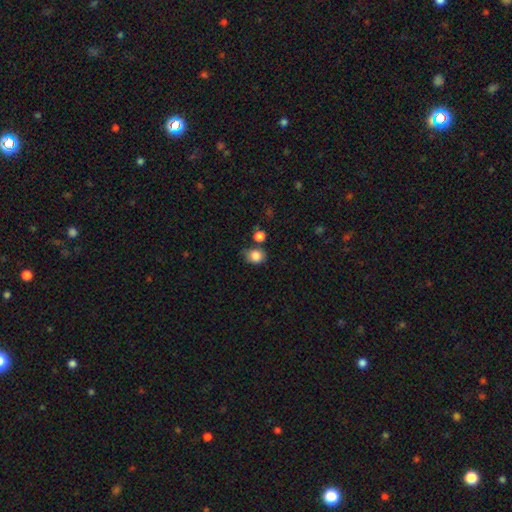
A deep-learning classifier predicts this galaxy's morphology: Smooth or featured? Predicted: smooth (p=0.84). How rounded? Predicted: round (p=0.63). Merging? Predicted: none (p=0.60).